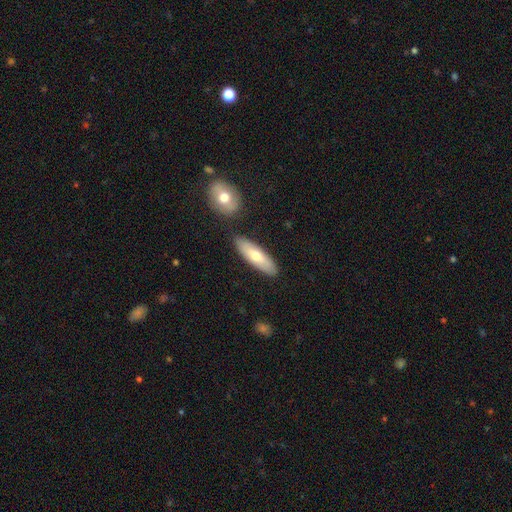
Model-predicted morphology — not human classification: A smooth galaxy with no disk features (64%) that is cigar-shaped (50%).

Vote fractions:
- Smooth or featured? smooth: 64% / featured or disk: 31% / star or artifact: 6%
- How rounded? cigar-shaped: 50% / in between: 48% / round: 2%
- Merging? none: 82% / minor disturbance: 10% / merger: 5% / major disturbance: 2%